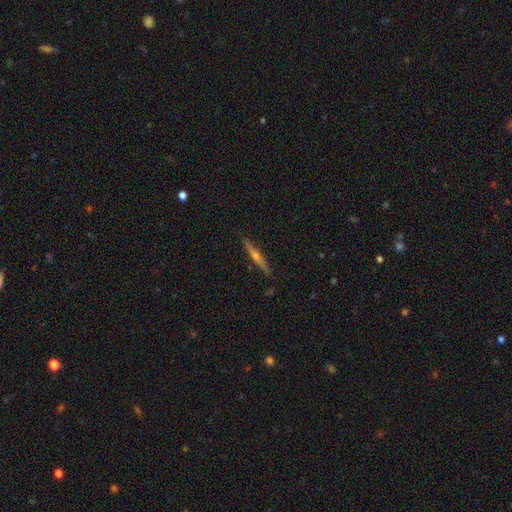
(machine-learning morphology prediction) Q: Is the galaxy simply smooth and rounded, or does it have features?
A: featured or disk — 74%.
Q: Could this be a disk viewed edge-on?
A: yes — 98%.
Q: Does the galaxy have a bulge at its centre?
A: rounded — 86%.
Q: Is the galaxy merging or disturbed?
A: none — 90%.